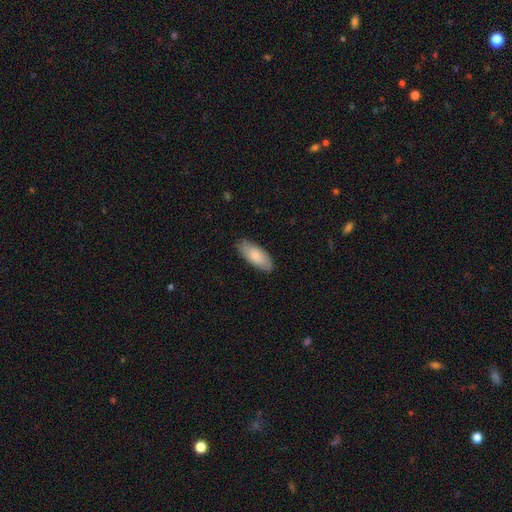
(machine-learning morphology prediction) Smooth or featured? Predicted: smooth (p=0.79). How rounded? Predicted: in between (p=0.83). Merging? Predicted: none (p=0.84).